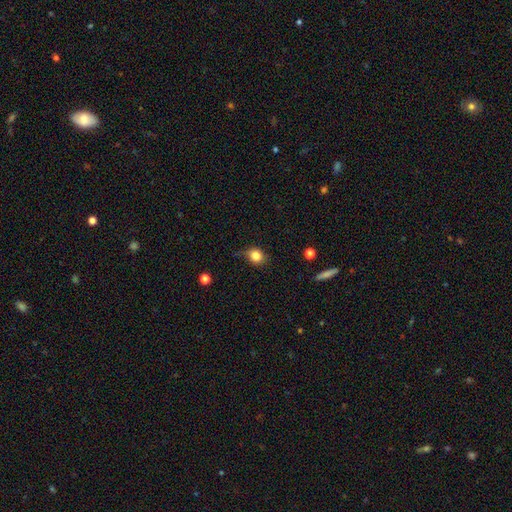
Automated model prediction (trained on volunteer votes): Smooth or featured? smooth (82%)
How rounded? round (68%)
Merging? none (67%)